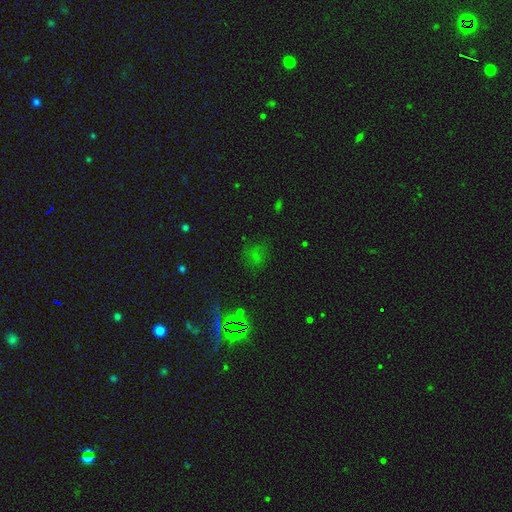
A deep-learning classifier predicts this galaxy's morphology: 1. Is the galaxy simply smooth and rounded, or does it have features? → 46% smooth, 42% star or artifact, 12% featured or disk.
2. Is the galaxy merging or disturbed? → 67% none, 18% minor disturbance, 12% major disturbance, 3% merger.